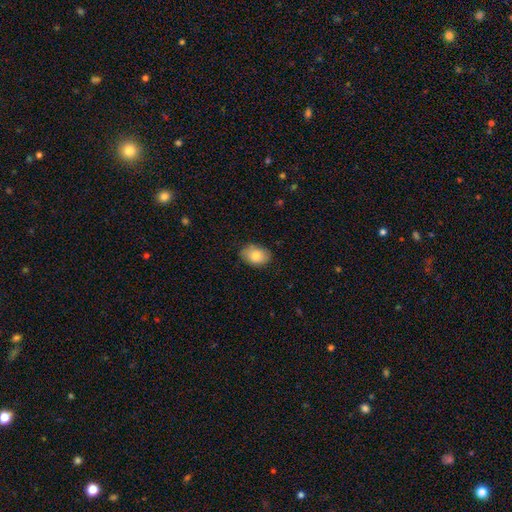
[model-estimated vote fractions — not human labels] smooth_or_featured: smooth (p=0.82) [alt: featured or disk p=0.11]
how_rounded: in between (p=0.83) [alt: round p=0.16]
merging: none (p=0.83) [alt: minor disturbance p=0.14]